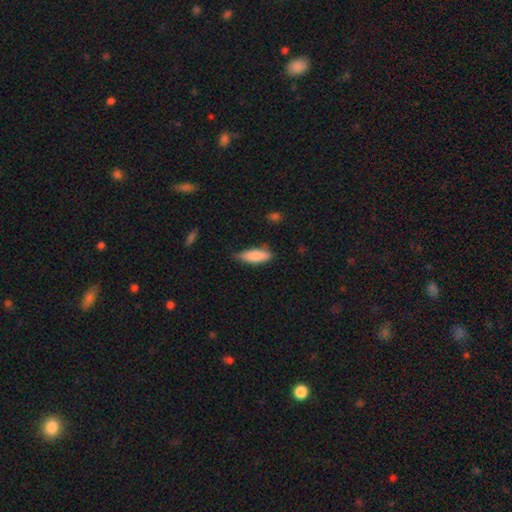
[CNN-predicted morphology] type=smooth (85%); roundness=in between (58%); merging=none (72%).